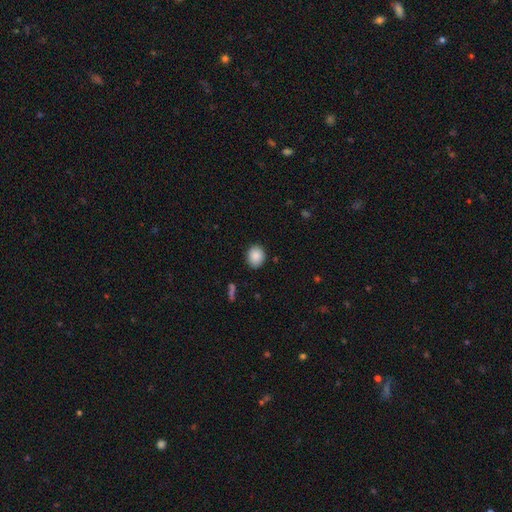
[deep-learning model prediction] Q: Smooth or featured?
A: smooth (88%); runner-up: star or artifact (8%)
Q: How rounded?
A: round (65%); runner-up: in between (34%)
Q: Merging?
A: none (87%); runner-up: minor disturbance (9%)